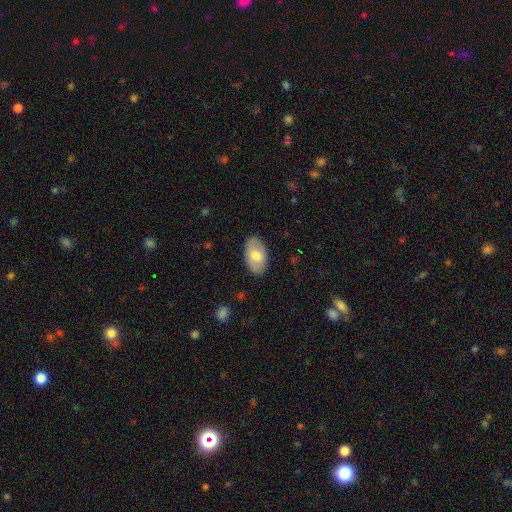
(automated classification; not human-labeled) A smooth galaxy with no disk features (68%) that is in between round and cigar-shaped (94%).

Vote fractions:
- Smooth or featured? smooth: 68% / featured or disk: 26% / star or artifact: 6%
- How rounded? in between: 94% / round: 5% / cigar-shaped: 1%
- Merging? none: 84% / minor disturbance: 12% / major disturbance: 3% / merger: 1%